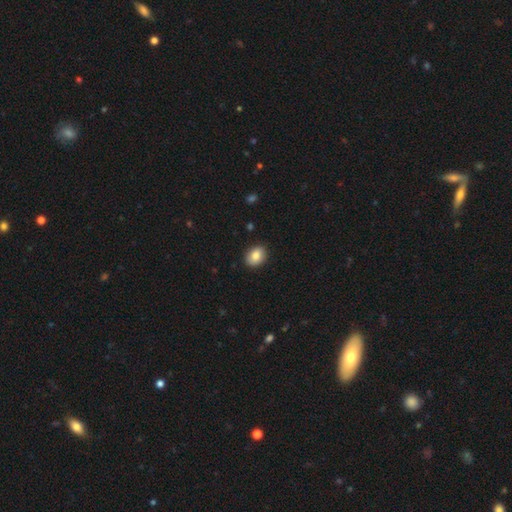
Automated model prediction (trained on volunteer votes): Q: Smooth or featured?
A: smooth (83%); runner-up: featured or disk (9%)
Q: How rounded?
A: in between (62%); runner-up: round (37%)
Q: Merging?
A: none (88%); runner-up: minor disturbance (9%)